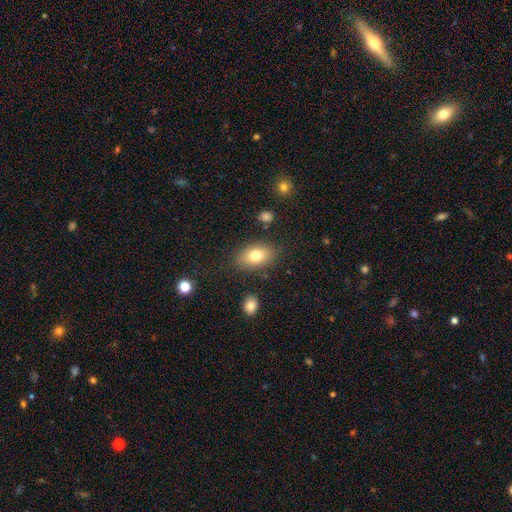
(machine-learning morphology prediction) Smooth or featured? Predicted: smooth (p=0.78). How rounded? Predicted: in between (p=0.87). Merging? Predicted: none (p=0.81).